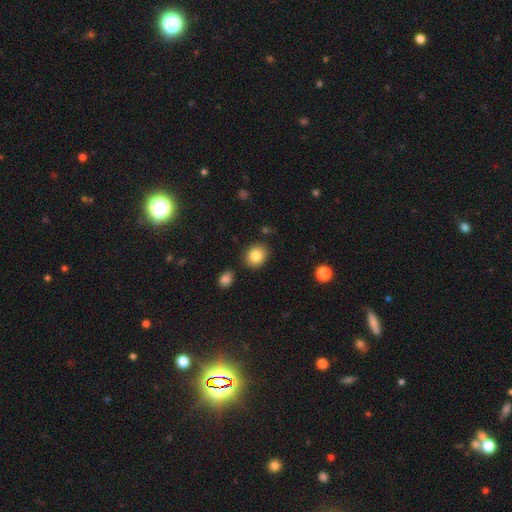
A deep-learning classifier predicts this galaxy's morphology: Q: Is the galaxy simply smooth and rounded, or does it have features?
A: smooth — 83%.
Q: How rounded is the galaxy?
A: round — 57%.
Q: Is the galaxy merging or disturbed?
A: none — 82%.